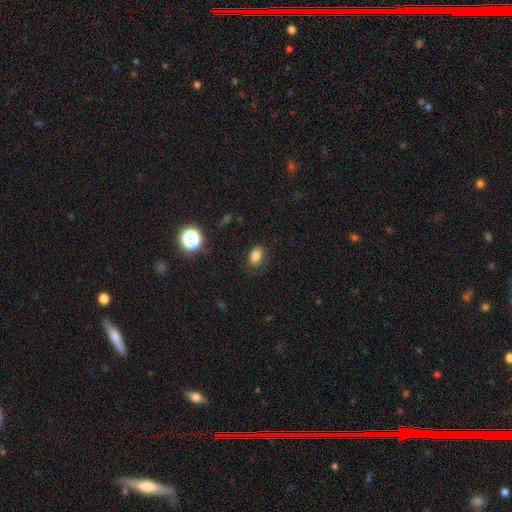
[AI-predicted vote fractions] Morphology: type=smooth (82%); roundness=in between (81%); merging=none (80%).